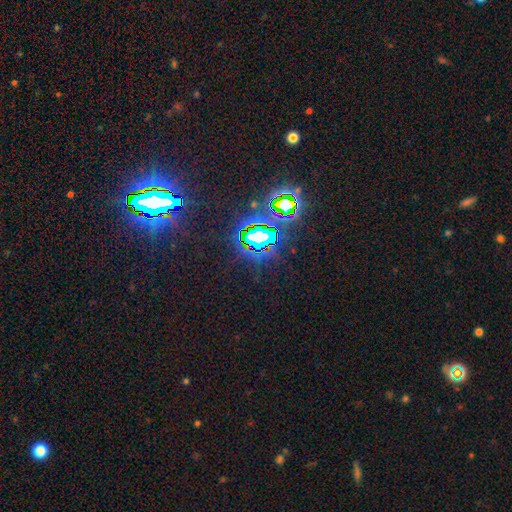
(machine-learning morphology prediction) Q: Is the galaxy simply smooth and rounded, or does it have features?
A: star or artifact — 84%.